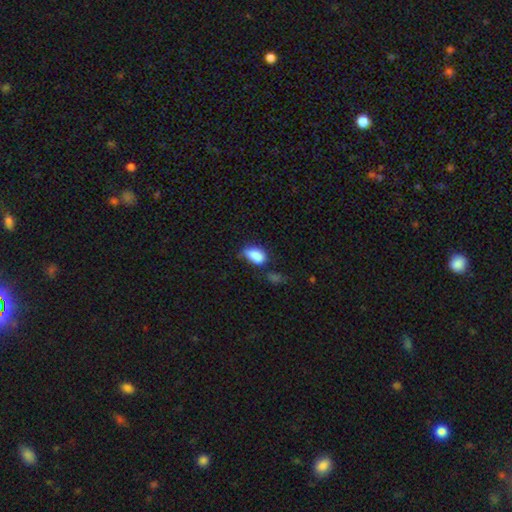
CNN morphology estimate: Overall: smooth (85%). How rounded: in between (91%). Merging: none (43%; minor disturbance 34%).